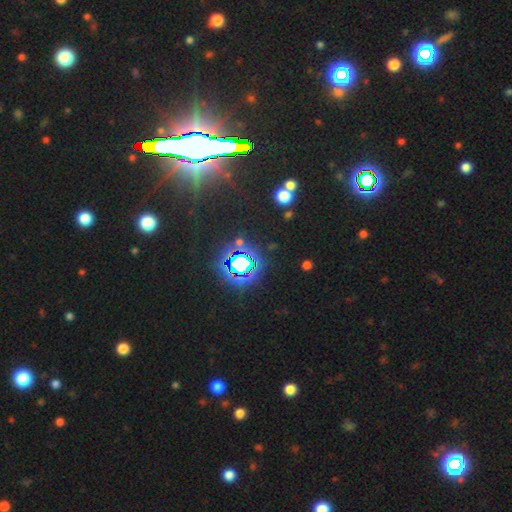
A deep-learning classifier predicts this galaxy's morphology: smooth_or_featured: star or artifact (p=0.82) [alt: featured or disk p=0.09]